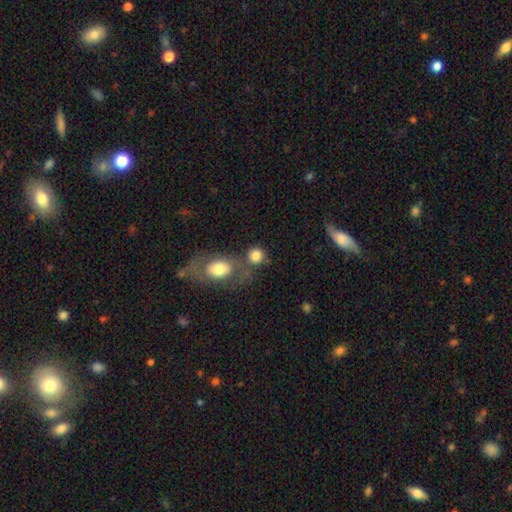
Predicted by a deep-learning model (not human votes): smooth 82%, star or artifact 9%, featured or disk 9%. Down the decision tree: how rounded — round (82%); merging — none (60%).